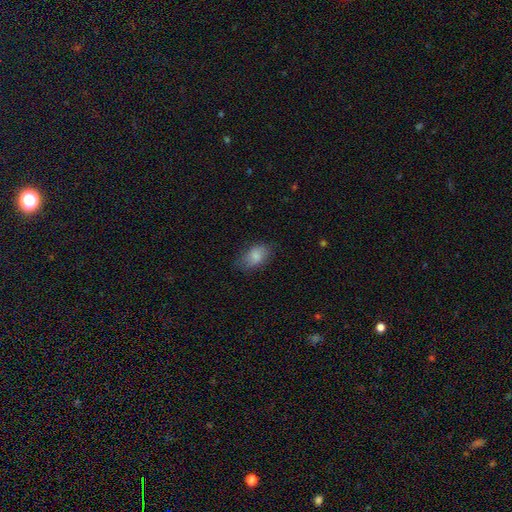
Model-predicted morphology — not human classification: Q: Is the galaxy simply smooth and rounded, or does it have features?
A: smooth — 79%.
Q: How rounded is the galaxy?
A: in between — 87%.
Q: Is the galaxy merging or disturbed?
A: none — 70%.